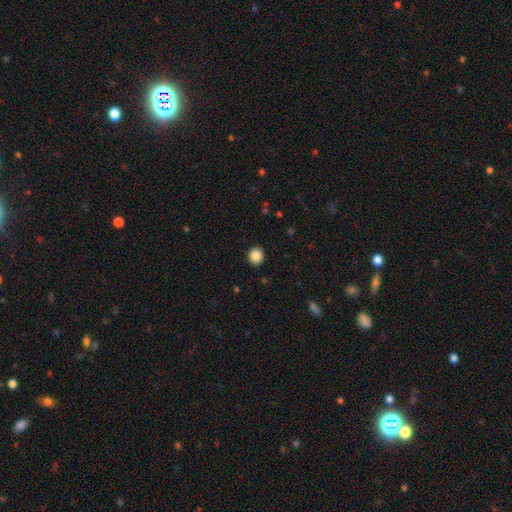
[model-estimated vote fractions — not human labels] smooth_or_featured: smooth (p=0.86) [alt: star or artifact p=0.09]
how_rounded: round (p=0.76) [alt: in between p=0.23]
merging: none (p=0.92) [alt: minor disturbance p=0.06]